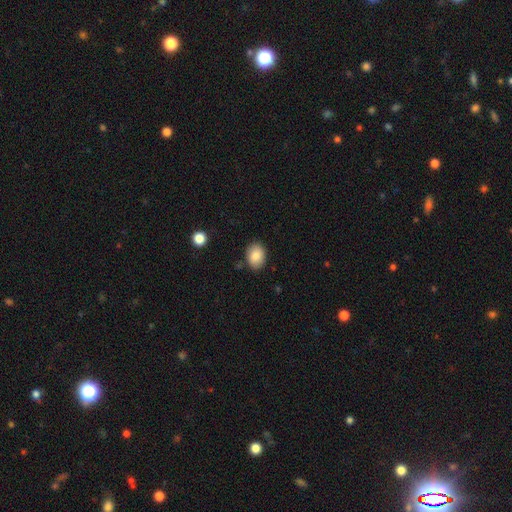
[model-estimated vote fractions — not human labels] Smooth or featured?
  - smooth: 86% *
  - star or artifact: 8%
  - featured or disk: 6%
How rounded?
  - in between: 75% *
  - round: 25%
  - cigar-shaped: 1%
Merging?
  - none: 84% *
  - minor disturbance: 11%
  - major disturbance: 2%
  - merger: 2%